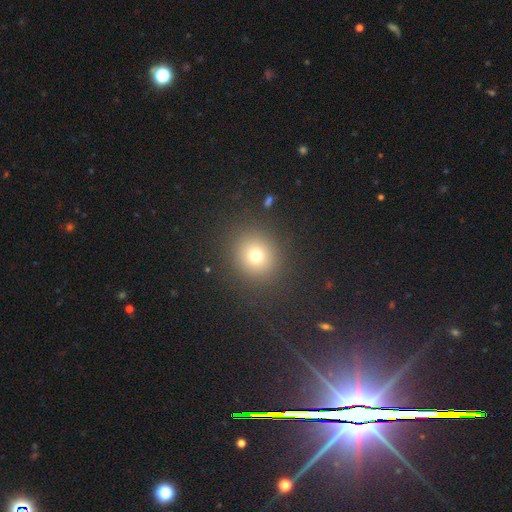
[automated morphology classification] Smooth or featured: smooth — 72% (star or artifact — 17%)
How rounded: round — 85% (in between — 14%)
Merging: none — 87% (minor disturbance — 7%)